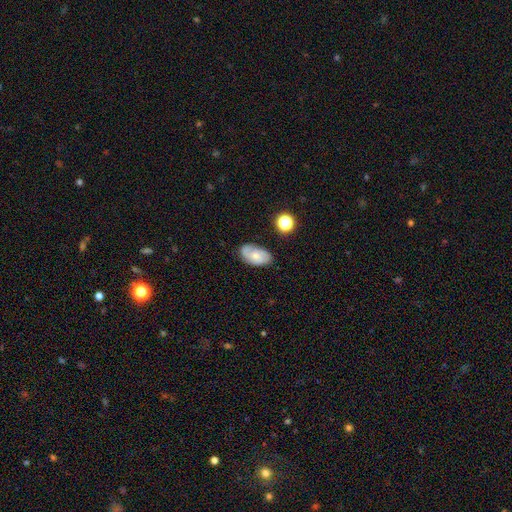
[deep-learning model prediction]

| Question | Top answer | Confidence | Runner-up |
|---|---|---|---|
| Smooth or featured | smooth | 49% | featured or disk (42%) |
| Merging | none | 71% | minor disturbance (21%) |